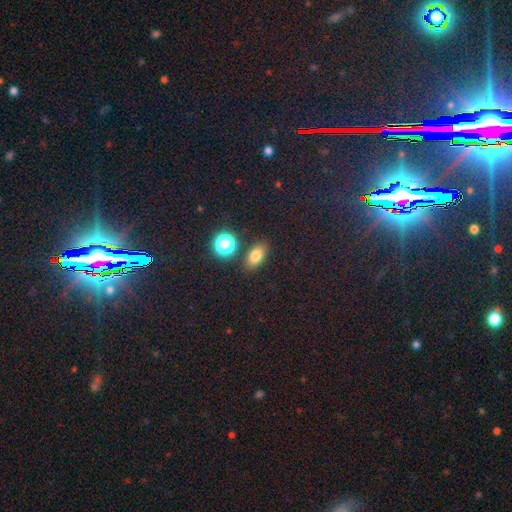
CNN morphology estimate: The model was most divided on "smooth or featured": smooth: 76%, star or artifact: 15%, featured or disk: 9%. More confident: merging — none (84%); how rounded — in between (80%).